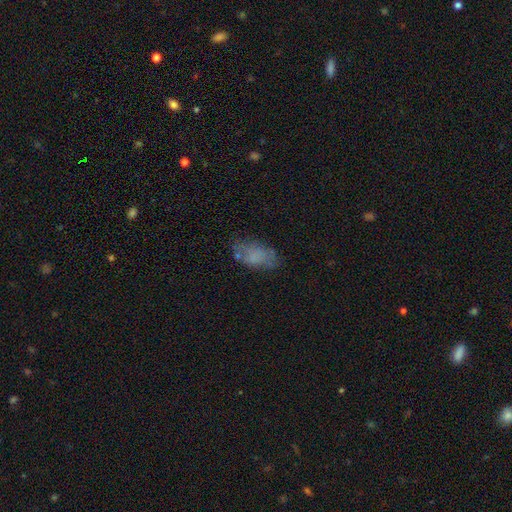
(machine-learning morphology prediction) type=smooth (66%); roundness=in between (91%); merging=none (59%).